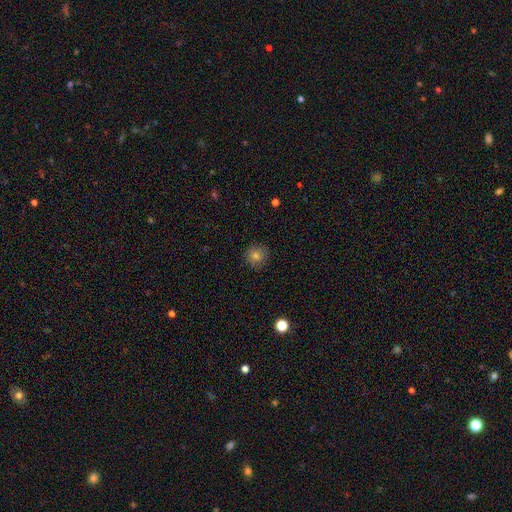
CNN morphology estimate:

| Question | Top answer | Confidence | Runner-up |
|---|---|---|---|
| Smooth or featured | smooth | 76% | star or artifact (15%) |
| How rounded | round | 93% | in between (6%) |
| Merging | none | 88% | minor disturbance (8%) |